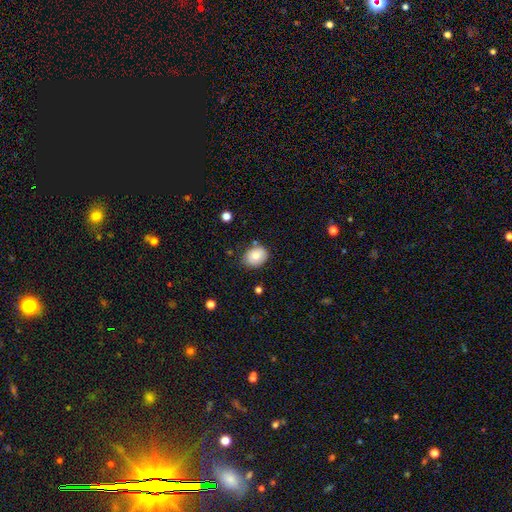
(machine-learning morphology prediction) type=smooth (77%); roundness=in between (57%); merging=none (75%).